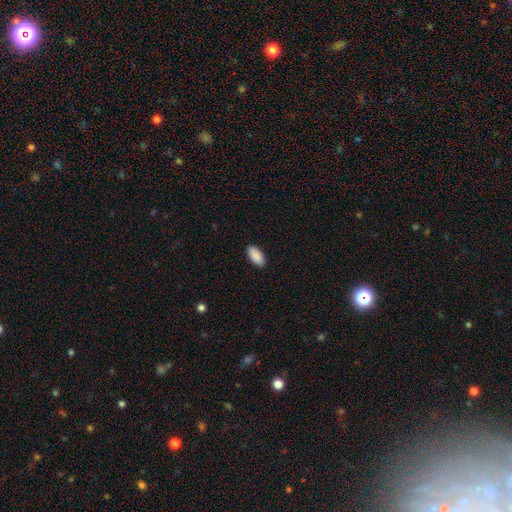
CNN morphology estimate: This appears to be a smooth galaxy with no disk features (91%) that is in between round and cigar-shaped (93%). Merging: none (90%).